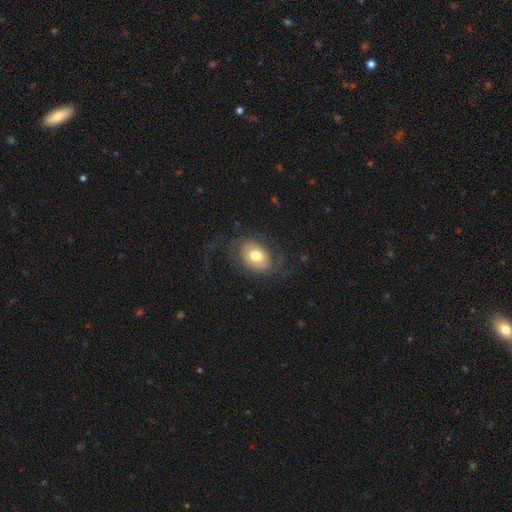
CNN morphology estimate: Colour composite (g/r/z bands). It shows a smooth galaxy with no disk features (53%) that is in between round and cigar-shaped (73%). Merging: none (65%).